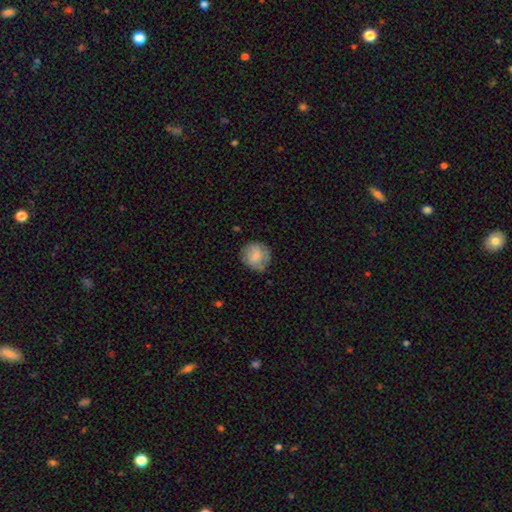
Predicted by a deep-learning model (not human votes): A smooth galaxy with no disk features (78%) that is round (87%).

Vote fractions:
- Smooth or featured? smooth: 78% / featured or disk: 15% / star or artifact: 7%
- How rounded? round: 87% / in between: 12% / cigar-shaped: 1%
- Merging? none: 73% / minor disturbance: 20% / major disturbance: 5% / merger: 2%